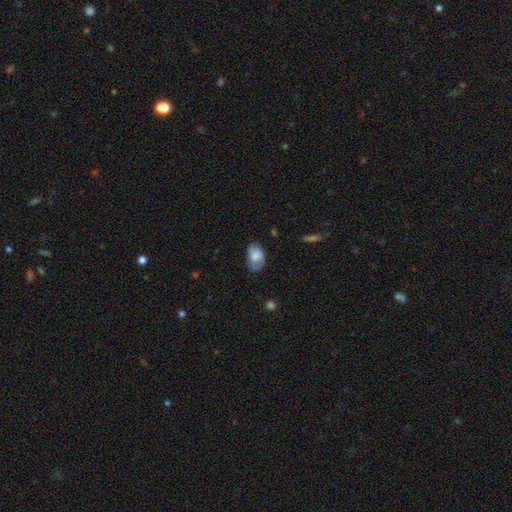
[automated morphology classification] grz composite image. It shows a smooth galaxy with no disk features (69%) that is in between round and cigar-shaped (89%). Merging: none (58%).